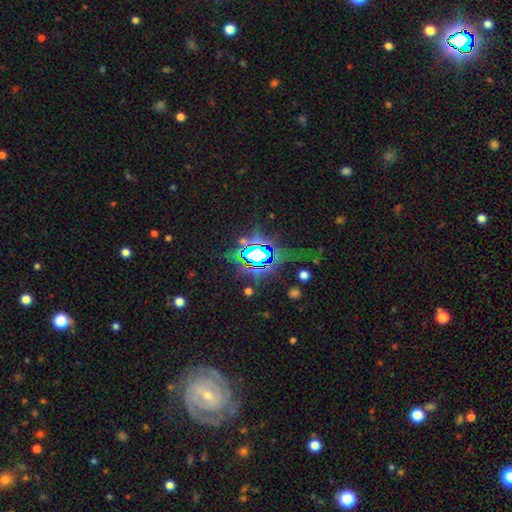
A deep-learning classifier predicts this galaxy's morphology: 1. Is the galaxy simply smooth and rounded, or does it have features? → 74% star or artifact, 14% smooth, 12% featured or disk.